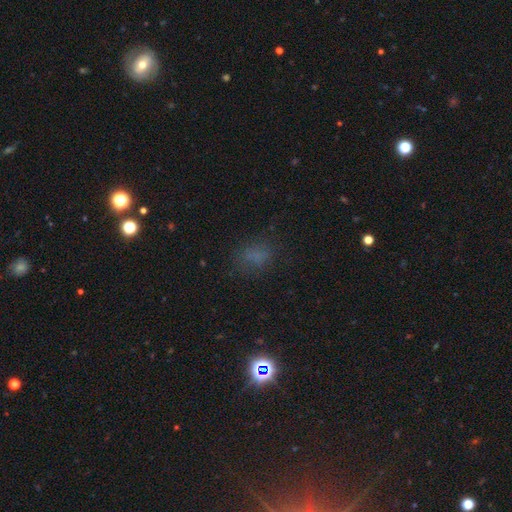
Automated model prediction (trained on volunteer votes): Morphology: type=smooth (61%); roundness=in between (67%); merging=none (68%).